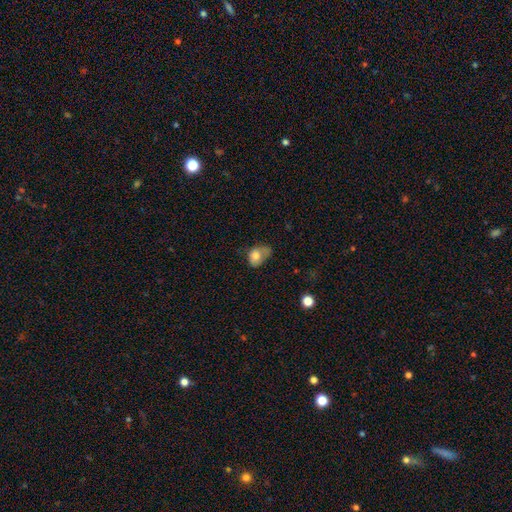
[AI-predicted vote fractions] The model was most divided on "merging": minor disturbance: 38%, major disturbance: 30%, none: 25%, merger: 8%. More confident: smooth or featured — smooth (75%); how rounded — in between (69%).